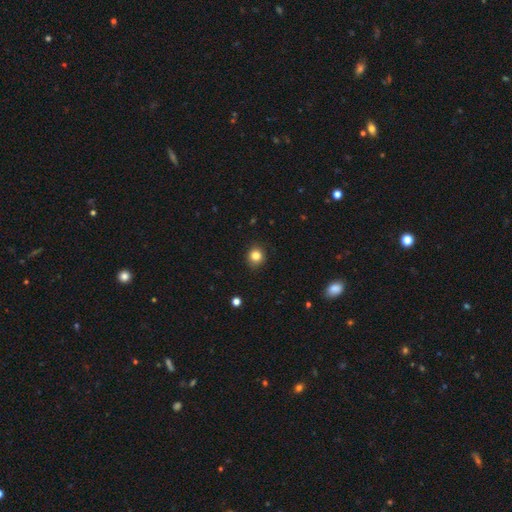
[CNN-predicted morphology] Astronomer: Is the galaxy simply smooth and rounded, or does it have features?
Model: smooth — 83%.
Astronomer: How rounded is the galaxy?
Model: round — 88%.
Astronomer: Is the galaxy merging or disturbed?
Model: none — 88%.